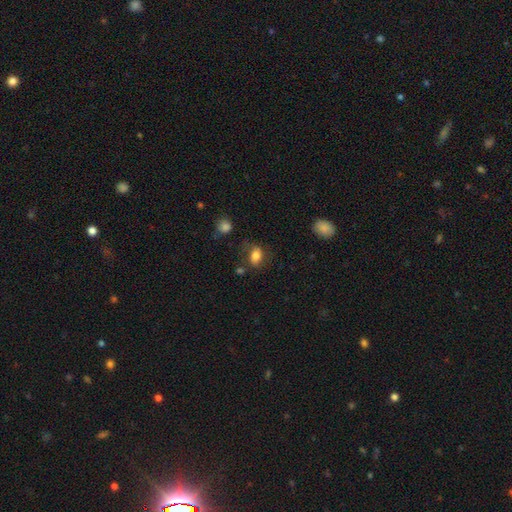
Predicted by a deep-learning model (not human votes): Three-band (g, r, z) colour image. It shows a smooth galaxy with no disk features (79%) that is in between round and cigar-shaped (77%). Merging: none (65%).